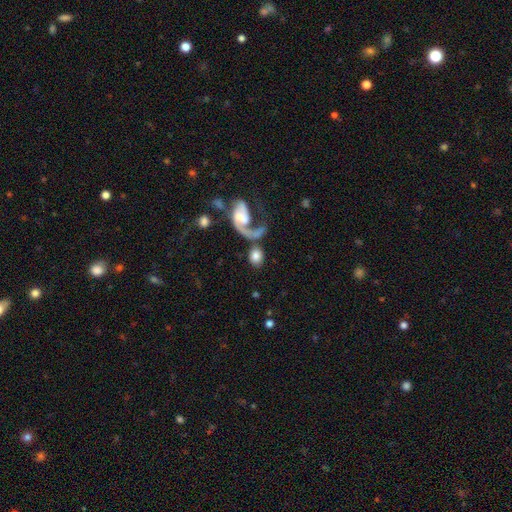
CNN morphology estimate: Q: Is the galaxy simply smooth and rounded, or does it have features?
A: smooth — 67%.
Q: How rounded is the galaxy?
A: round — 54%.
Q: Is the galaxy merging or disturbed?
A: none — 44%.